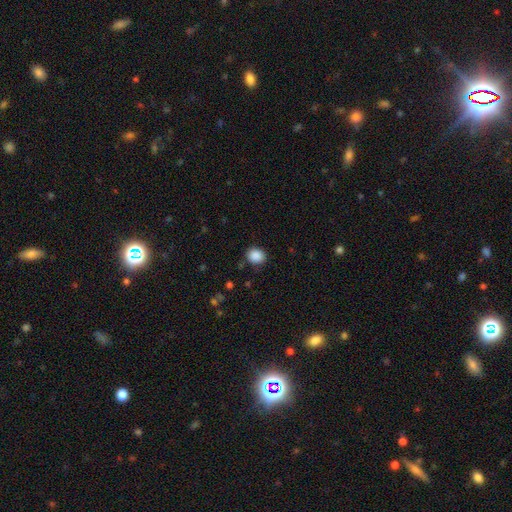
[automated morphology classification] smooth_or_featured: smooth (p=0.88) [alt: star or artifact p=0.09]
how_rounded: round (p=0.61) [alt: in between p=0.38]
merging: none (p=0.85) [alt: minor disturbance p=0.11]